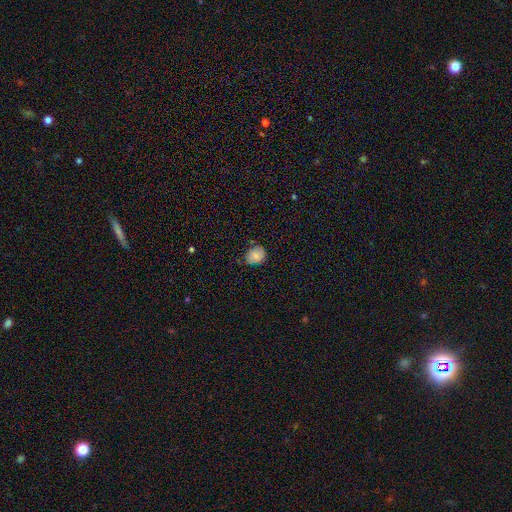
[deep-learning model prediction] Q: Smooth or featured?
A: smooth (78%); runner-up: featured or disk (12%)
Q: How rounded?
A: round (55%); runner-up: in between (44%)
Q: Merging?
A: none (67%); runner-up: minor disturbance (27%)